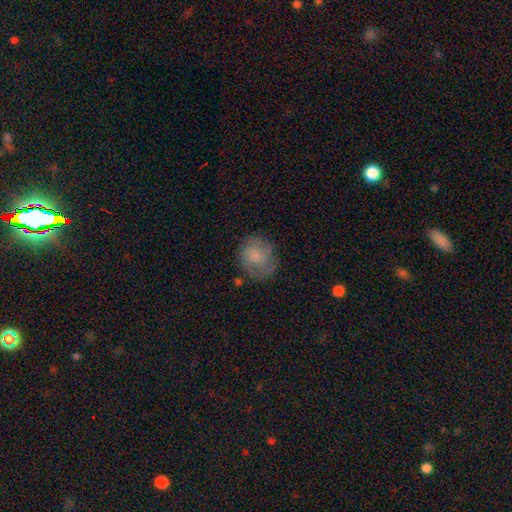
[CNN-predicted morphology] The model was most divided on "merging": none: 65%, minor disturbance: 23%, major disturbance: 10%, merger: 2%. More confident: how rounded — round (78%); smooth or featured — smooth (74%).